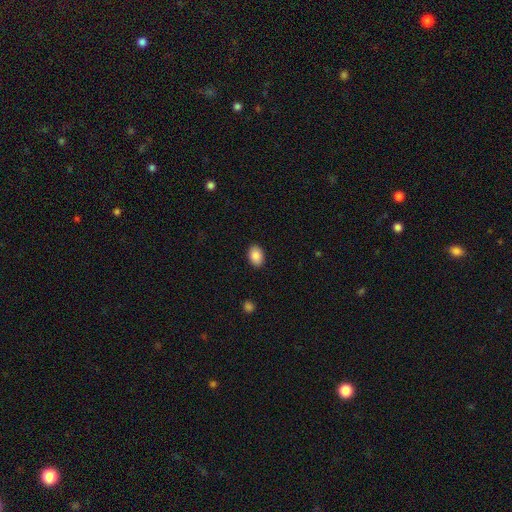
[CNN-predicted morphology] smooth 88%, star or artifact 8%, featured or disk 4%. Down the decision tree: how rounded — in between (77%); merging — none (89%).